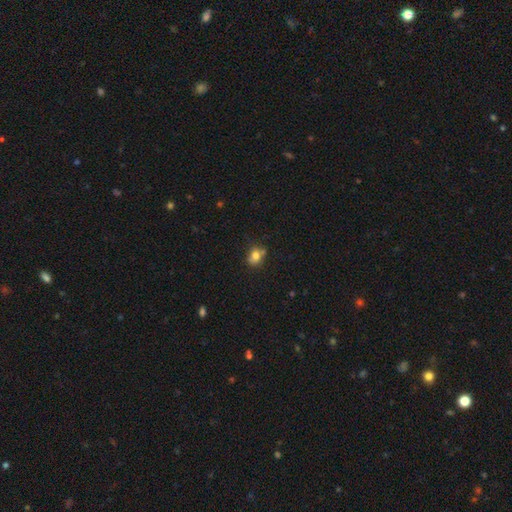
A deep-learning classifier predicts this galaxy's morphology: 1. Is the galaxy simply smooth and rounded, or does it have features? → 76% smooth, 13% featured or disk, 12% star or artifact.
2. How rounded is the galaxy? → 55% round, 44% in between, 1% cigar-shaped.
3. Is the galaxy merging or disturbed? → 61% none, 22% minor disturbance, 11% merger, 5% major disturbance.